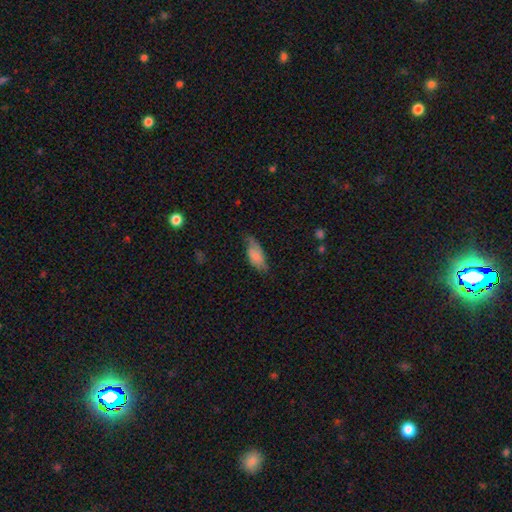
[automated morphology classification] A smooth galaxy with no disk features (72%) that is in between round and cigar-shaped (87%).

Vote fractions:
- Smooth or featured? smooth: 72% / featured or disk: 22% / star or artifact: 6%
- How rounded? in between: 87% / cigar-shaped: 11% / round: 2%
- Merging? none: 52% / minor disturbance: 35% / major disturbance: 11% / merger: 2%